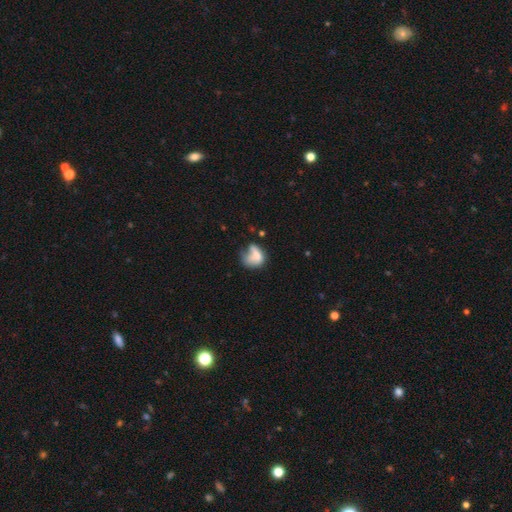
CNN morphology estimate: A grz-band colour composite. It shows a smooth galaxy with no disk features (63%) that is in between round and cigar-shaped (64%). Merging: major disturbance (36%).